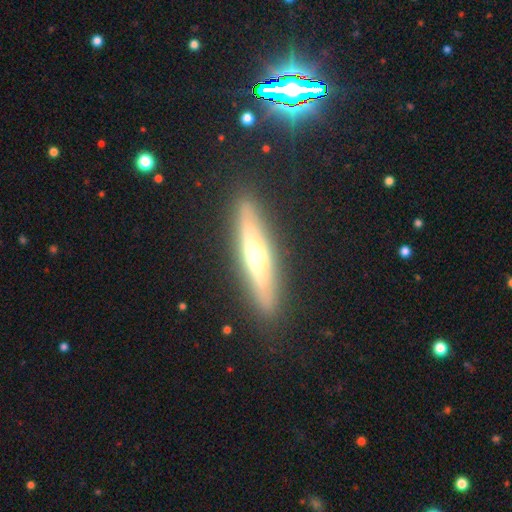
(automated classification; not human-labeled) This is likely a featured or disk galaxy (72%). It is clearly viewed edge-on (90%). Edge-on bulge: clearly rounded (85%). Merging: clearly none (88%).